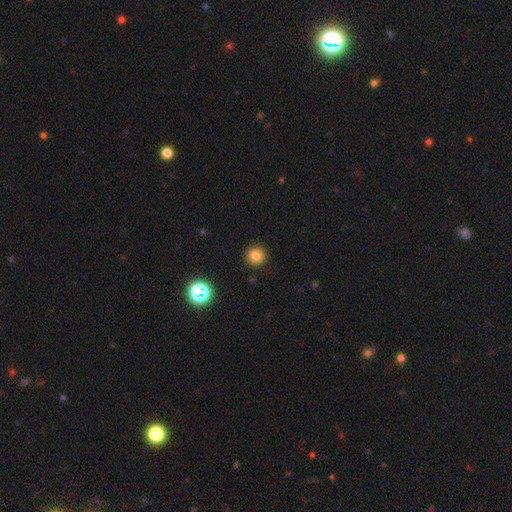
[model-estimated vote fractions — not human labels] The model was most divided on "smooth or featured": smooth: 81%, star or artifact: 14%, featured or disk: 4%. More confident: how rounded — round (94%); merging — none (91%).